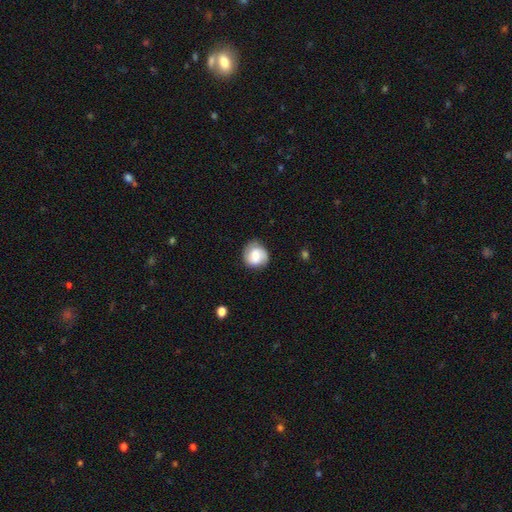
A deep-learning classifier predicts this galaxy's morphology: A smooth galaxy with no disk features (66%) that is round (83%). Merging: none (74%).